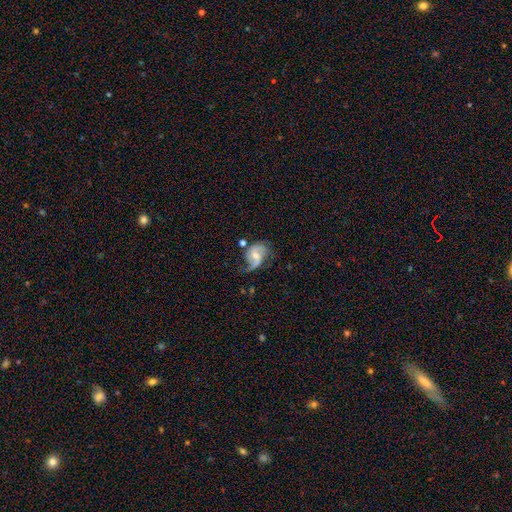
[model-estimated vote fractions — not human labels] This is clearly a featured or disk galaxy (80%). It is clearly not viewed edge-on (98%). Bar: marginally no (44%). Spiral arm pattern: clearly yes (94%). Spiral arm count: likely 2 (77%). Spiral winding: possibly loose (45%). Central bulge: possibly moderate (51%). Merging: possibly none (50%).